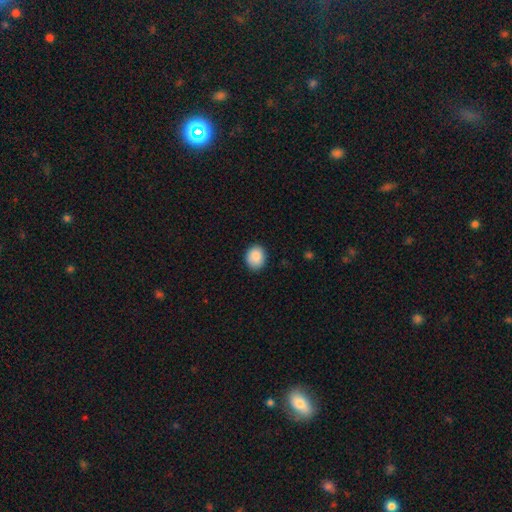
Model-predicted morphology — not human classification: Smooth or featured? smooth (89%)
How rounded? round (53%)
Merging? none (86%)